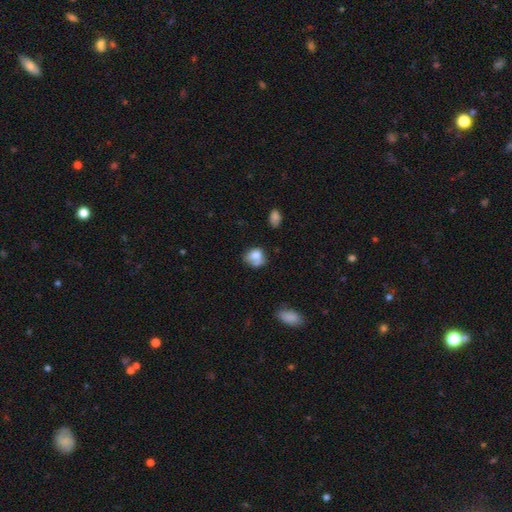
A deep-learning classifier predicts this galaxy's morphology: Smooth or featured: smooth — 70% (featured or disk — 20%)
How rounded: round — 53% (in between — 46%)
Merging: none — 37% (minor disturbance — 26%)